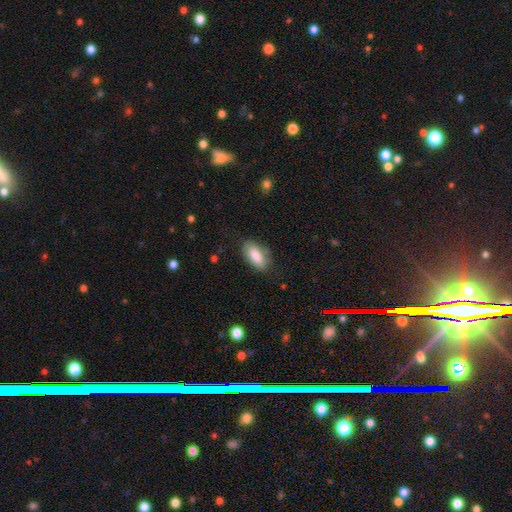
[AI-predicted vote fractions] Smooth or featured: smooth — 84% (featured or disk — 9%)
How rounded: in between — 90% (cigar-shaped — 7%)
Merging: none — 77% (minor disturbance — 17%)